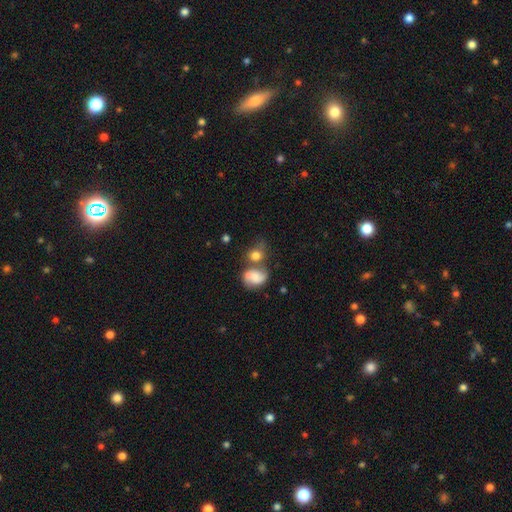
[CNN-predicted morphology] This is likely a smooth galaxy (67%). How rounded: likely round (63%). Merging: marginally merger (39%, tied with none).